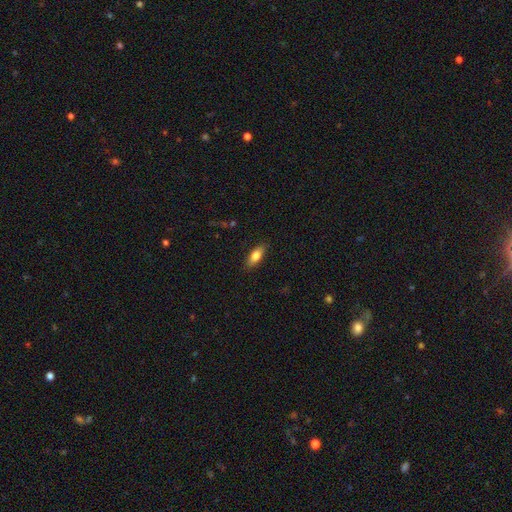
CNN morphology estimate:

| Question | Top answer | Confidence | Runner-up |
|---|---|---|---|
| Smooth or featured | smooth | 79% | featured or disk (14%) |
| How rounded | in between | 76% | cigar-shaped (21%) |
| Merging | none | 86% | minor disturbance (10%) |